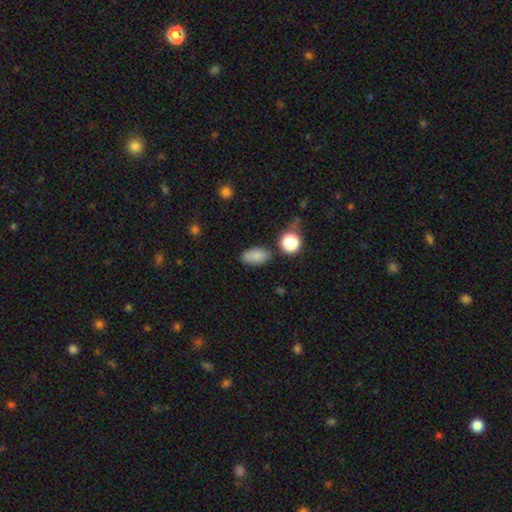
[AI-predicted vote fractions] smooth 82%, star or artifact 11%, featured or disk 7%. Down the decision tree: how rounded — in between (89%); merging — none (78%).